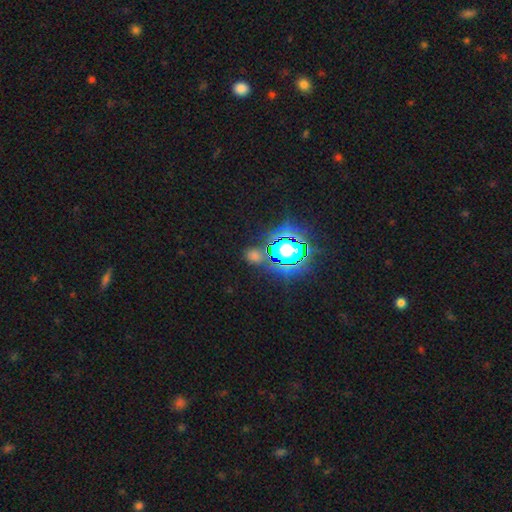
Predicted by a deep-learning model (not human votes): star or artifact 59%, smooth 32%, featured or disk 9%.